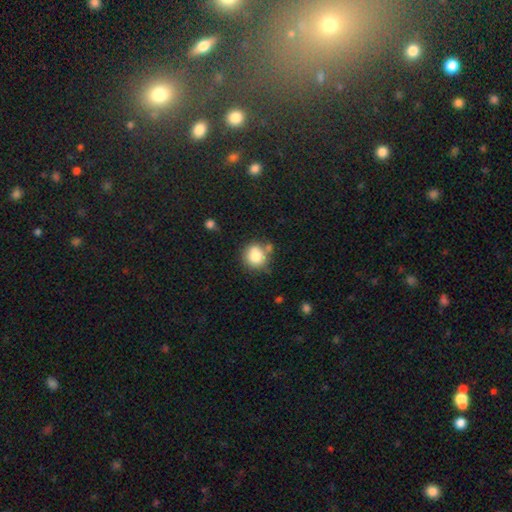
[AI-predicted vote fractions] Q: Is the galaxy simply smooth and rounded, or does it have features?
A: smooth — 82%.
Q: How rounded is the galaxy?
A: round — 85%.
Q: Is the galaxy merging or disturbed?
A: none — 65%.